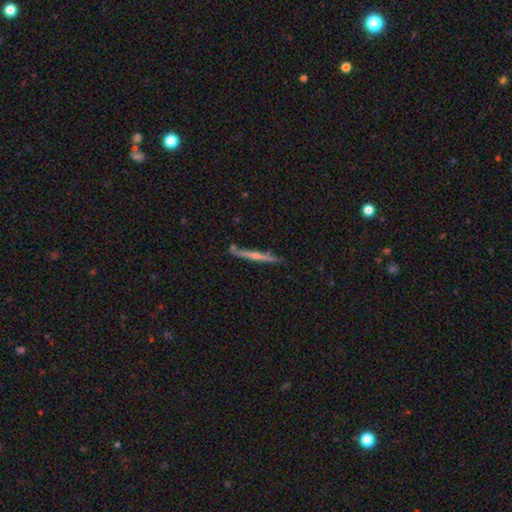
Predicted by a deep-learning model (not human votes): This is likely a featured or disk galaxy (70%). It is clearly viewed edge-on (97%). Edge-on bulge: likely rounded (65%). Merging: clearly none (85%).